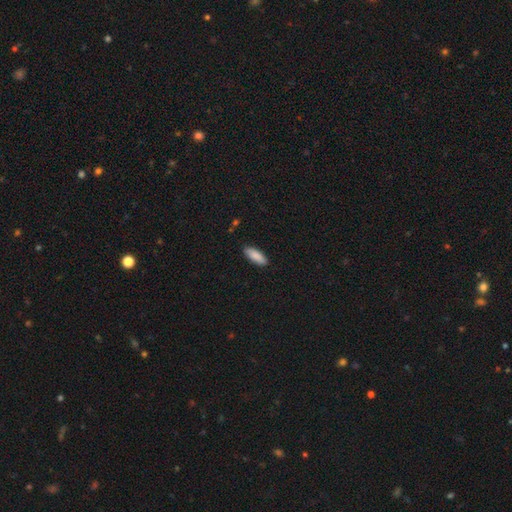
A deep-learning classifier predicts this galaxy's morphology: smooth-or-featured: smooth: 89% | star or artifact: 6% | featured or disk: 6%
  how-rounded: in between: 69% | cigar-shaped: 30% | round: 1%
  merging: none: 88% | minor disturbance: 9% | major disturbance: 2% | merger: 1%